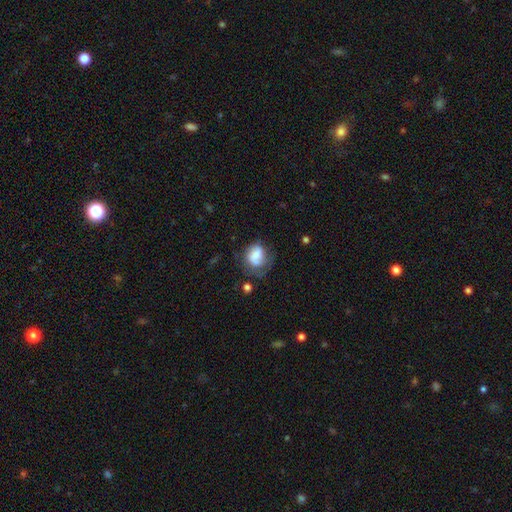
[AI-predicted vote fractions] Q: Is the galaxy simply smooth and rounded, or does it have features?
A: smooth — 60%.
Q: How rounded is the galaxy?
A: round — 53%.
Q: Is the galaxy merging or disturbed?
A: none — 39%.